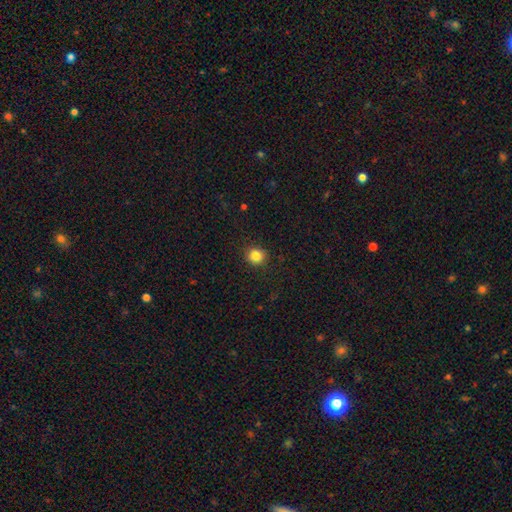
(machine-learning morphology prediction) smooth_or_featured: smooth (p=0.85) [alt: star or artifact p=0.11]
how_rounded: round (p=0.85) [alt: in between p=0.14]
merging: none (p=0.90) [alt: minor disturbance p=0.07]